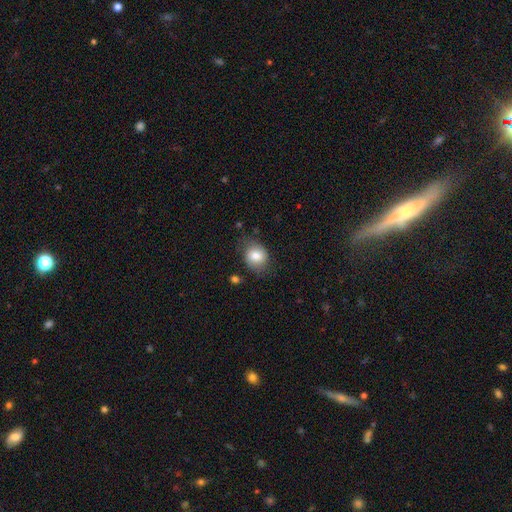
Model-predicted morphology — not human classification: type=smooth (79%); roundness=round (53%); merging=none (72%).